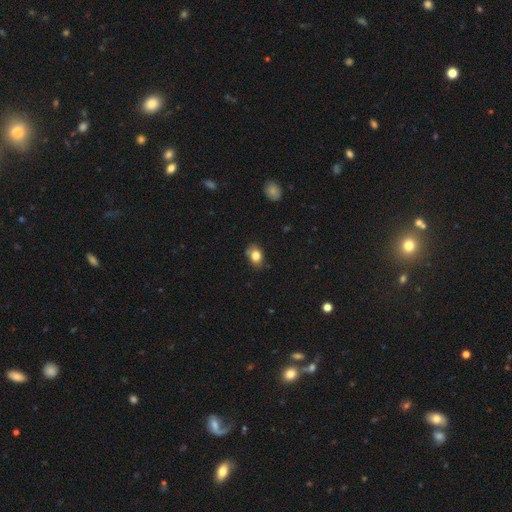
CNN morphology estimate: Smooth or featured? smooth (81%)
How rounded? in between (70%)
Merging? none (72%)